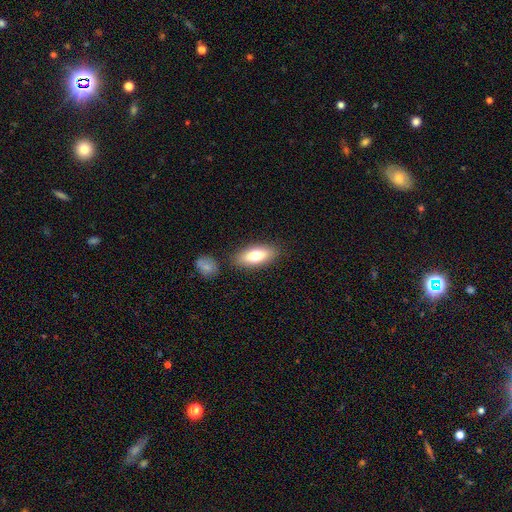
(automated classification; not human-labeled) A smooth galaxy with no disk features (73%) that is in between round and cigar-shaped (79%).

Vote fractions:
- Smooth or featured? smooth: 73% / featured or disk: 20% / star or artifact: 7%
- How rounded? in between: 79% / cigar-shaped: 18% / round: 3%
- Merging? none: 82% / minor disturbance: 10% / merger: 5% / major disturbance: 3%